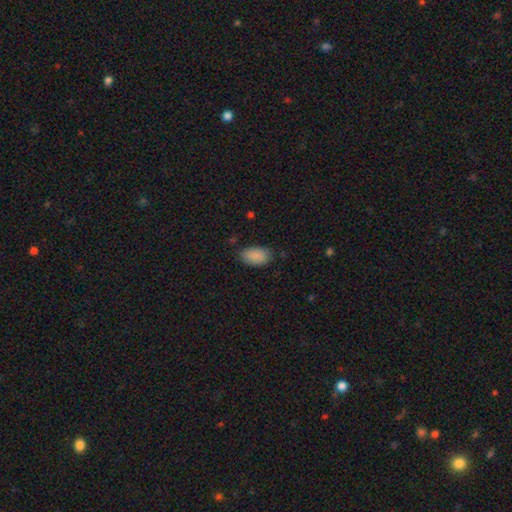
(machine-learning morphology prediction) Smooth or featured: smooth — 88% (star or artifact — 7%)
How rounded: in between — 93% (round — 5%)
Merging: none — 75% (minor disturbance — 20%)